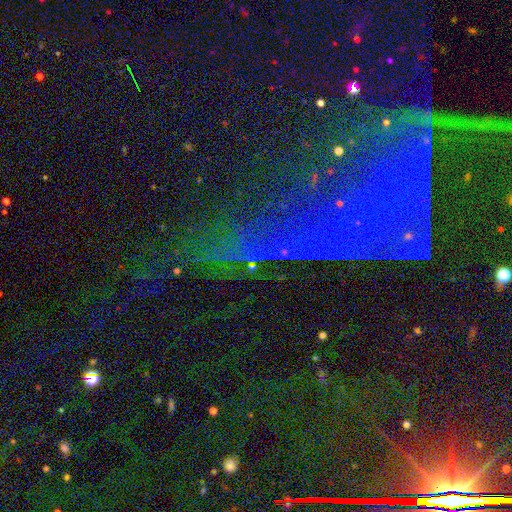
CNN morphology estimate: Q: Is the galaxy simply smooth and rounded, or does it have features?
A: star or artifact — 73%.